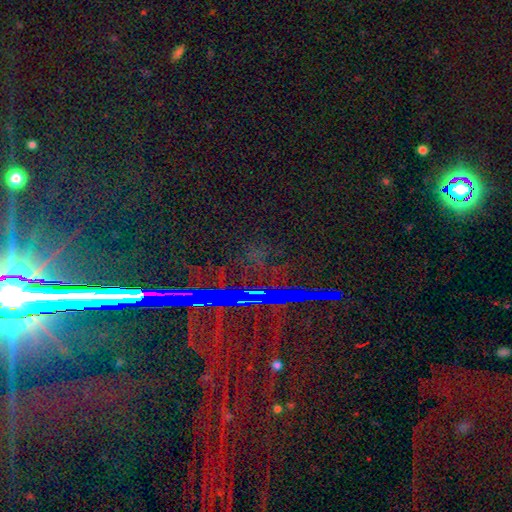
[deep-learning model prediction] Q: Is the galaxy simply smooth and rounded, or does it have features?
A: star or artifact — 85%.